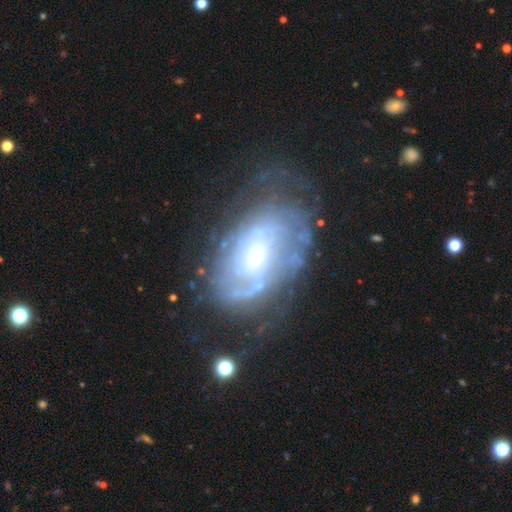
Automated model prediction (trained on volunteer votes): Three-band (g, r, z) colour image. It shows a featured or disk galaxy (77%) with no bar (58%), tight (55%) spiral arms (78%) and a small central bulge (50%). Merging: none (54%).